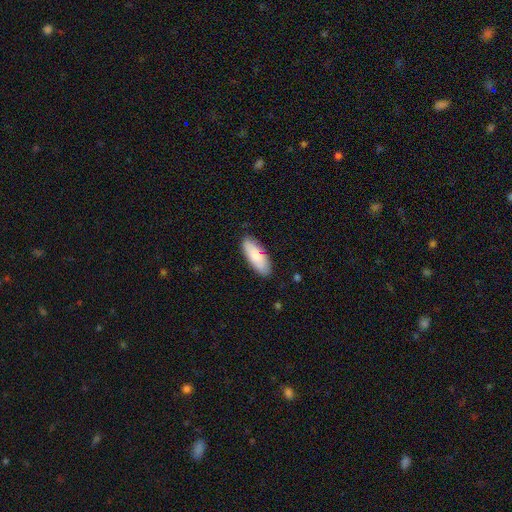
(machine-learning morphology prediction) Q: Smooth or featured?
A: smooth (84%); runner-up: featured or disk (10%)
Q: How rounded?
A: in between (70%); runner-up: cigar-shaped (28%)
Q: Merging?
A: none (83%); runner-up: minor disturbance (13%)